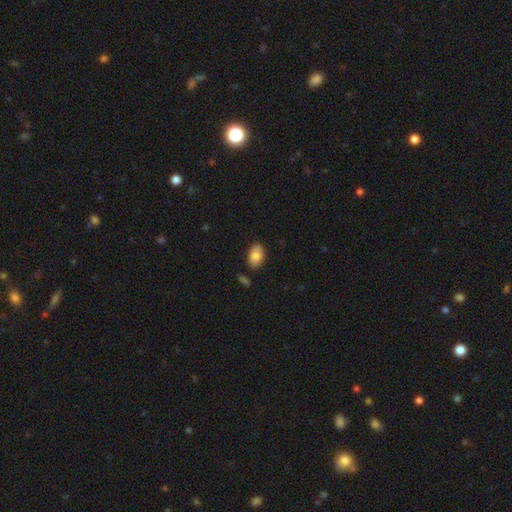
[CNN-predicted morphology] Smooth or featured? smooth (81%)
How rounded? in between (91%)
Merging? none (85%)